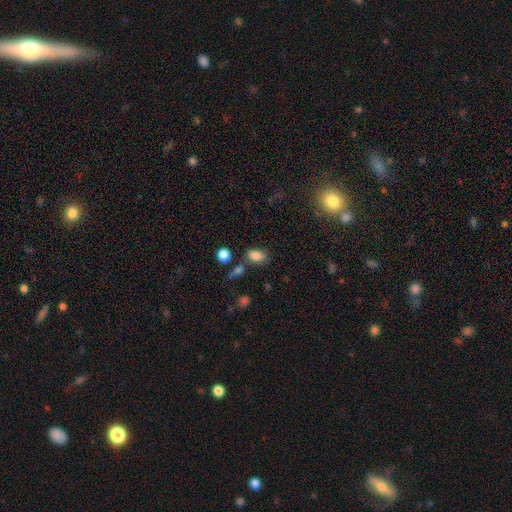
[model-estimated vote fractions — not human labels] Smooth or featured: smooth — 84% (star or artifact — 10%)
How rounded: in between — 83% (round — 15%)
Merging: none — 69% (minor disturbance — 15%)